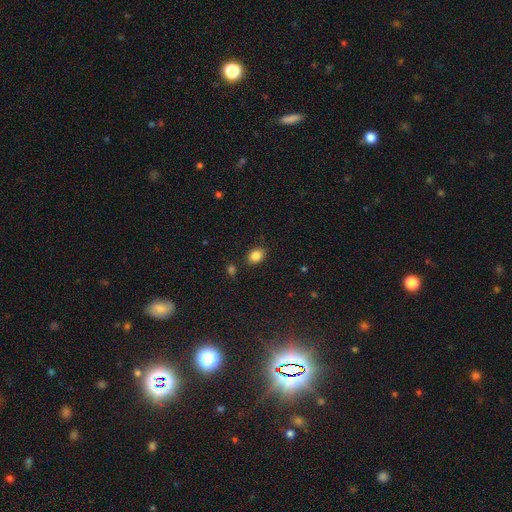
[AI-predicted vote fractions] Smooth or featured? smooth (84%)
How rounded? in between (71%)
Merging? none (82%)